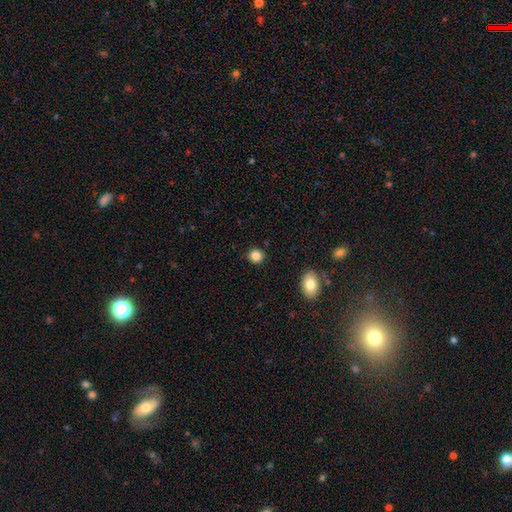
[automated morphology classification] This is clearly a smooth galaxy (85%). How rounded: clearly round (86%). Merging: clearly none (89%).